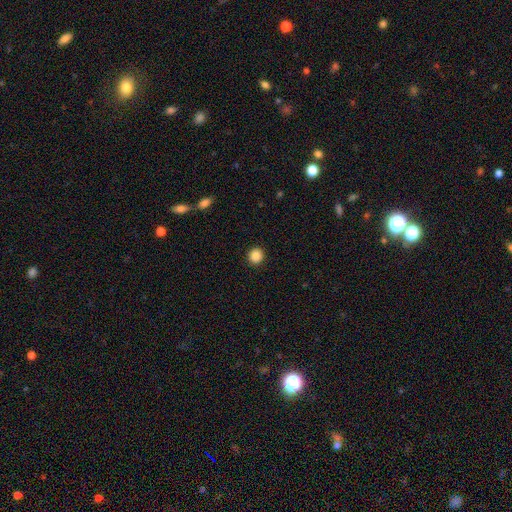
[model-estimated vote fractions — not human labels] Q: Smooth or featured?
A: smooth (88%); runner-up: star or artifact (9%)
Q: How rounded?
A: round (90%); runner-up: in between (9%)
Q: Merging?
A: none (93%); runner-up: minor disturbance (5%)